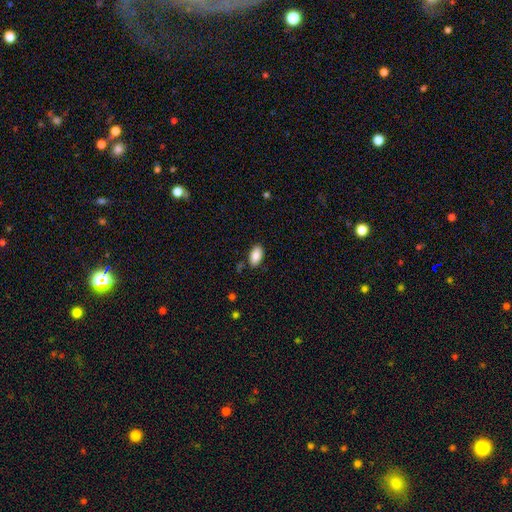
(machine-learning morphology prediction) The model was most divided on "merging": none: 86%, minor disturbance: 10%, major disturbance: 2%, merger: 2%. More confident: how rounded — in between (94%); smooth or featured — smooth (88%).